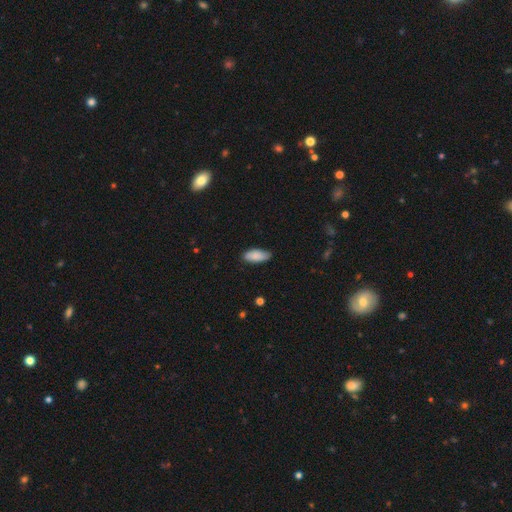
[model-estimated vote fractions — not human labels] Smooth or featured: smooth — 87% (featured or disk — 7%)
How rounded: in between — 84% (cigar-shaped — 14%)
Merging: none — 81% (minor disturbance — 15%)